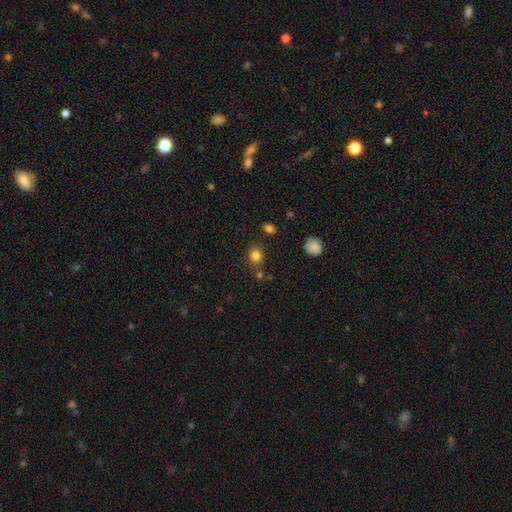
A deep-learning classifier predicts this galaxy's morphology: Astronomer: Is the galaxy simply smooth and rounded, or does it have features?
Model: smooth — 81%.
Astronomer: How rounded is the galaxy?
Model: round — 71%.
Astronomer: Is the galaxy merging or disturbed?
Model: none — 77%.